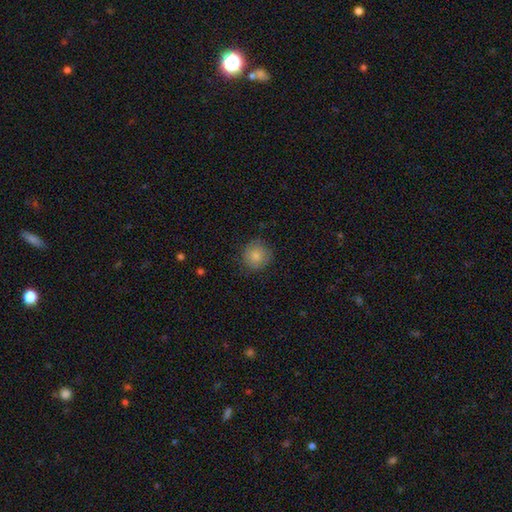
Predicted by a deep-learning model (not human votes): smooth 83%, star or artifact 9%, featured or disk 9%. Down the decision tree: how rounded — round (91%); merging — none (82%).